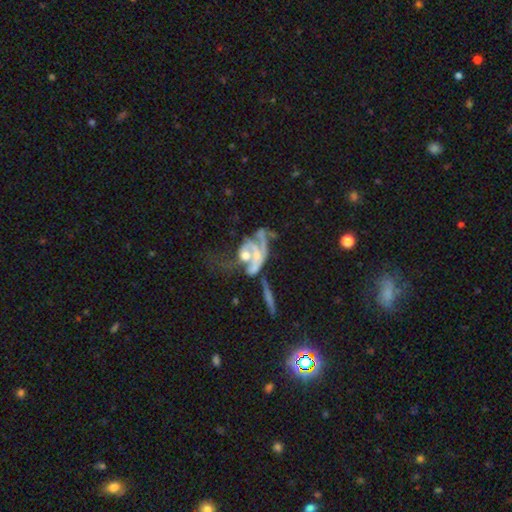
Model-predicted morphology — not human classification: Smooth or featured? featured or disk (72%)
Edge-on disk? no (90%)
Bar? no (71%)
Spiral arms? yes (62%)
Bulge size? moderate (50%)
Merging? merger (54%)